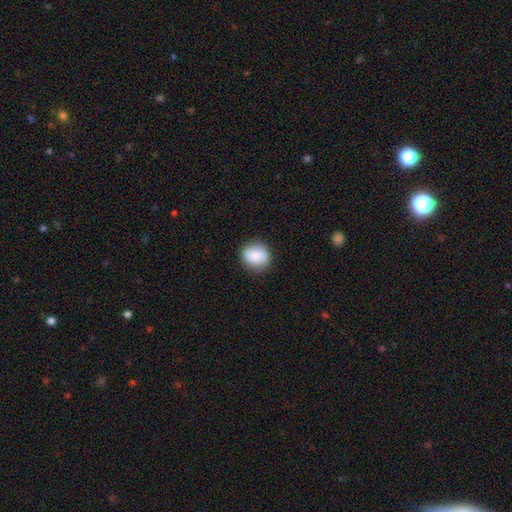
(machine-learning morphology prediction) A smooth galaxy with no disk features (78%) that is round (79%). Merging: none (85%).